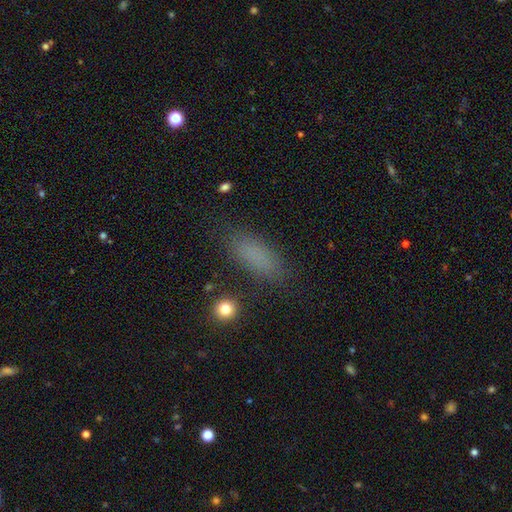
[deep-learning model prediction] smooth 80%, star or artifact 13%, featured or disk 7%. Down the decision tree: how rounded — in between (63%); merging — none (84%).